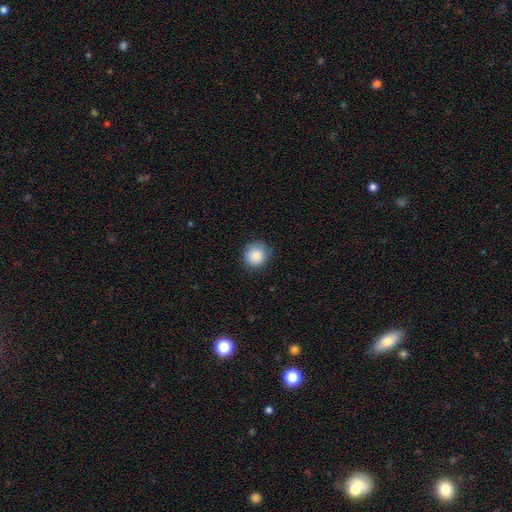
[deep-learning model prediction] Smooth or featured? smooth (87%)
How rounded? round (92%)
Merging? none (82%)